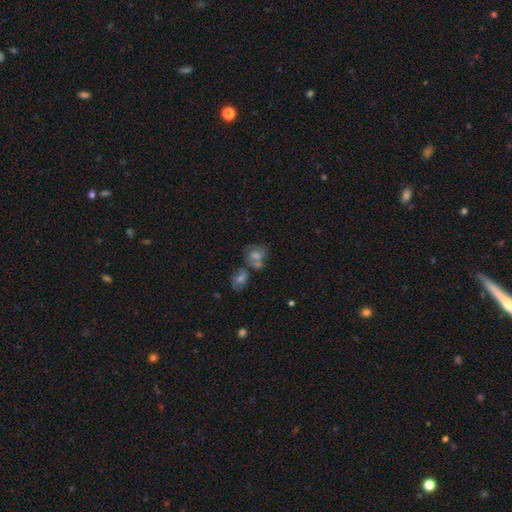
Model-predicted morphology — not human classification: A smooth galaxy with no disk features (42%). Merging: none (41%).